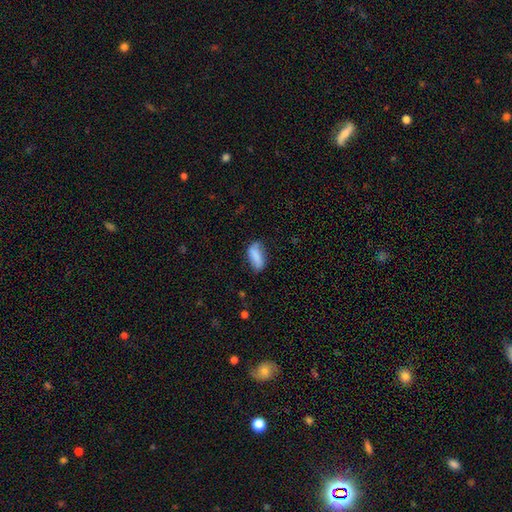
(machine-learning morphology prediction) type=smooth (79%); roundness=in between (83%); merging=none (60%).